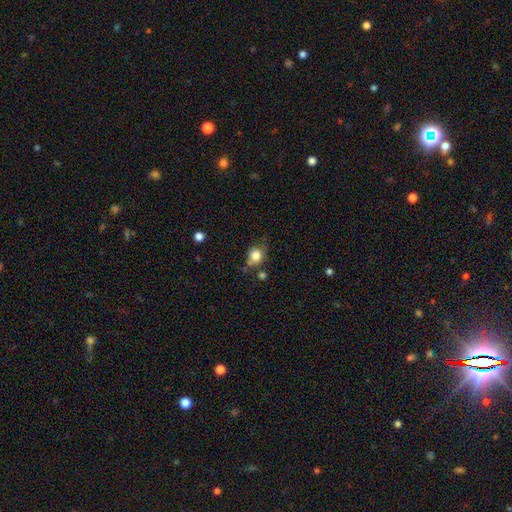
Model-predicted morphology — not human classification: type=smooth (79%); roundness=round (65%); merging=none (57%).